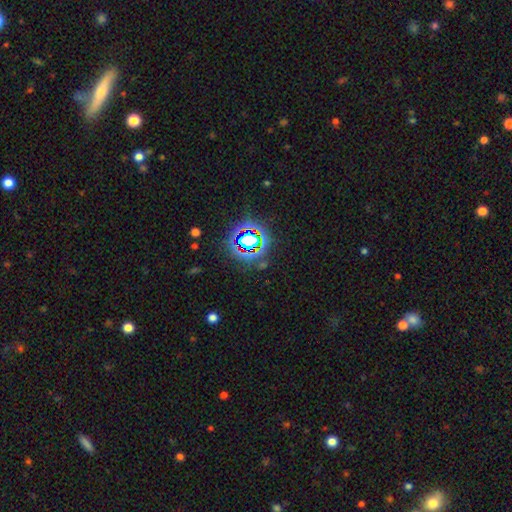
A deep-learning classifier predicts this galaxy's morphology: Smooth or featured: star or artifact — 77% (smooth — 14%)